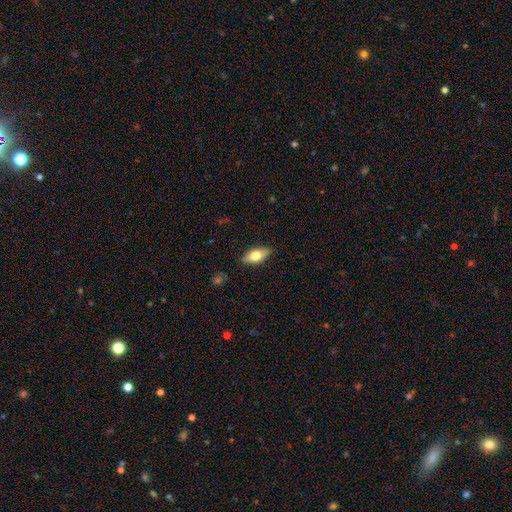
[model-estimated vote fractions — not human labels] This is likely a smooth galaxy (70%). How rounded: clearly in between (84%). Merging: clearly none (87%).